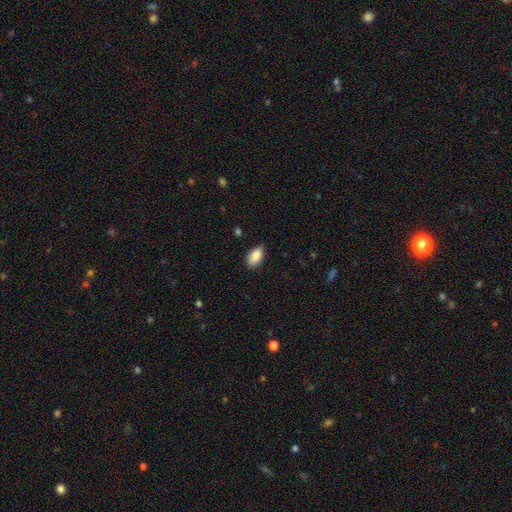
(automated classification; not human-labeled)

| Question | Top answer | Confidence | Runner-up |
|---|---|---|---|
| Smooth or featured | smooth | 87% | star or artifact (7%) |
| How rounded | in between | 92% | round (5%) |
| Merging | none | 71% | minor disturbance (24%) |